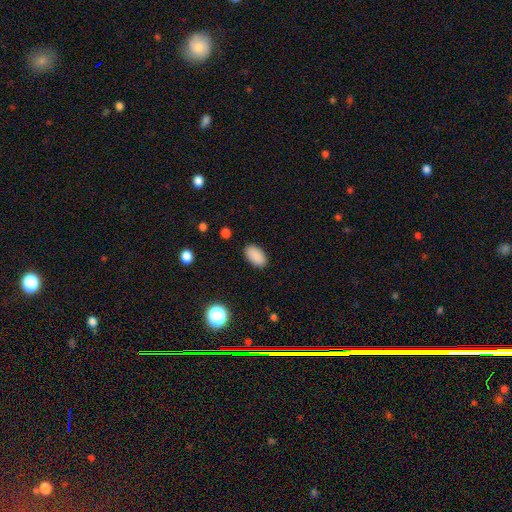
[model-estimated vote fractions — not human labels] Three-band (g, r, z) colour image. It shows a smooth galaxy with no disk features (89%) that is in between round and cigar-shaped (94%). Merging: none (88%).